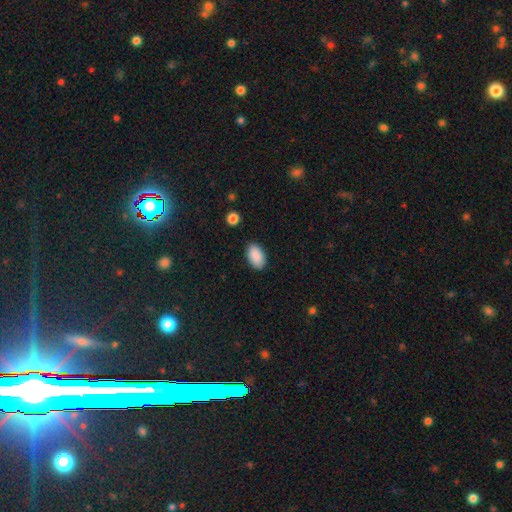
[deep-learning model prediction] smooth_or_featured: smooth (p=0.90) [alt: star or artifact p=0.07]
how_rounded: in between (p=0.94) [alt: round p=0.04]
merging: none (p=0.86) [alt: minor disturbance p=0.10]